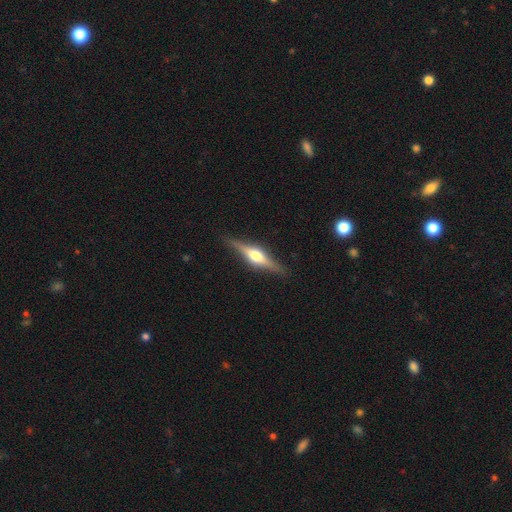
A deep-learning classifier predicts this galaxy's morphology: smooth_or_featured: featured or disk (p=0.73) [alt: smooth p=0.20]
disk_edge_on: yes (p=0.97) [alt: no p=0.03]
edge_on_bulge: rounded (p=0.92) [alt: boxy p=0.06]
merging: none (p=0.89) [alt: minor disturbance p=0.08]